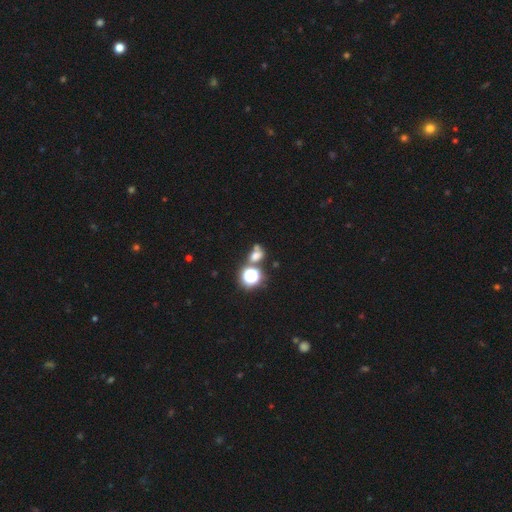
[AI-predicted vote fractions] Q: Smooth or featured?
A: smooth (55%); runner-up: star or artifact (32%)
Q: How rounded?
A: round (52%); runner-up: in between (46%)
Q: Merging?
A: none (49%); runner-up: merger (30%)